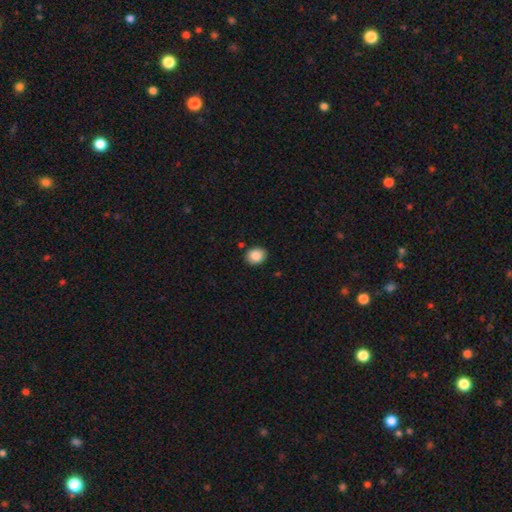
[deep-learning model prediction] Smooth or featured: smooth — 87% (star or artifact — 8%)
How rounded: round — 56% (in between — 44%)
Merging: none — 86% (minor disturbance — 9%)